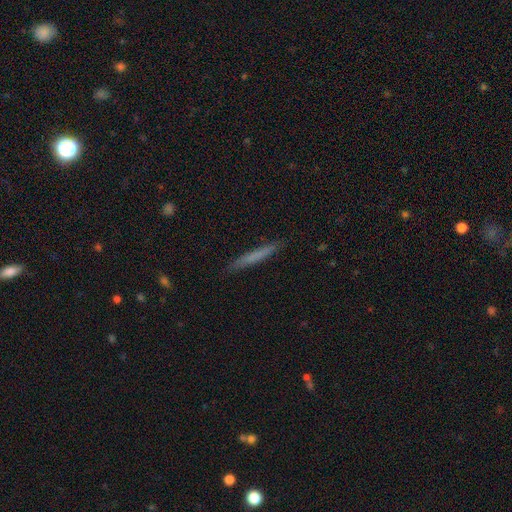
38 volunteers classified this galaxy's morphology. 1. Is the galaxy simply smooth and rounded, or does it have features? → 61% smooth, 34% featured or disk, 5% star or artifact.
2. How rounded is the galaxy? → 96% cigar-shaped, 4% in between, 0% round.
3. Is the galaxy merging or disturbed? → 94% none, 3% minor disturbance, 3% major disturbance, 0% merger.